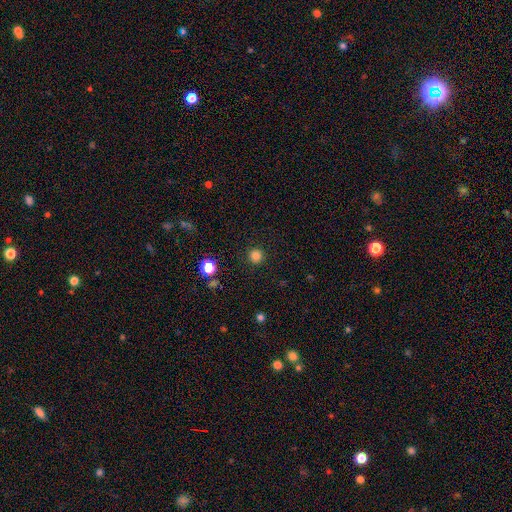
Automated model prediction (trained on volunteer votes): A smooth galaxy with no disk features (83%) that is round (95%). Merging: none (91%).